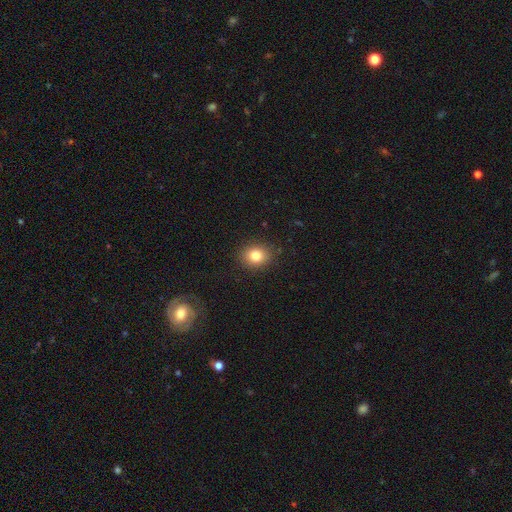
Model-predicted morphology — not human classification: Overall: smooth (82%). How rounded: round (61%; in between 38%). Merging: none (88%).